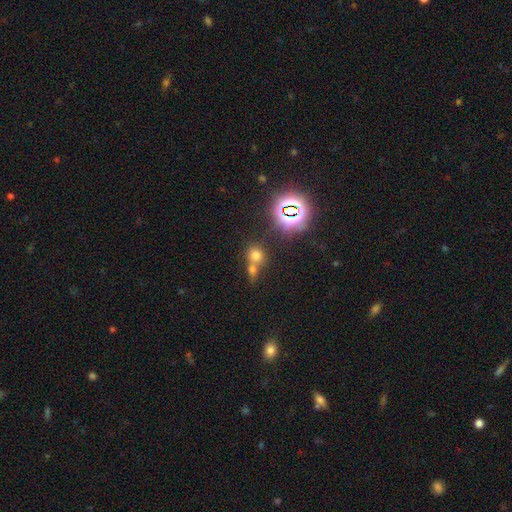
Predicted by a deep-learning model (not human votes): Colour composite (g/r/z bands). It shows a smooth galaxy with no disk features (63%) that is round (78%). Merging: merger (45%).